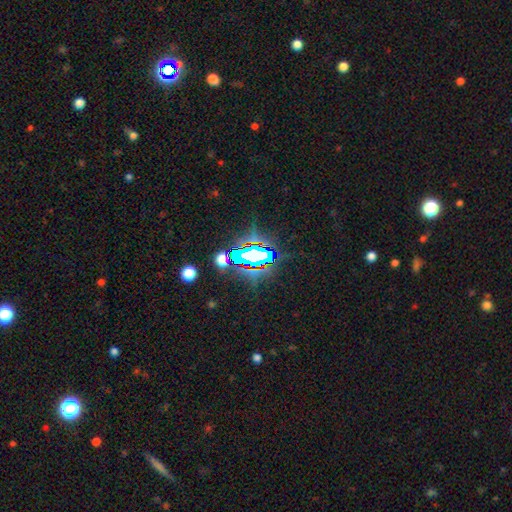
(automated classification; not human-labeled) smooth-or-featured: star or artifact: 68% | smooth: 18% | featured or disk: 15%